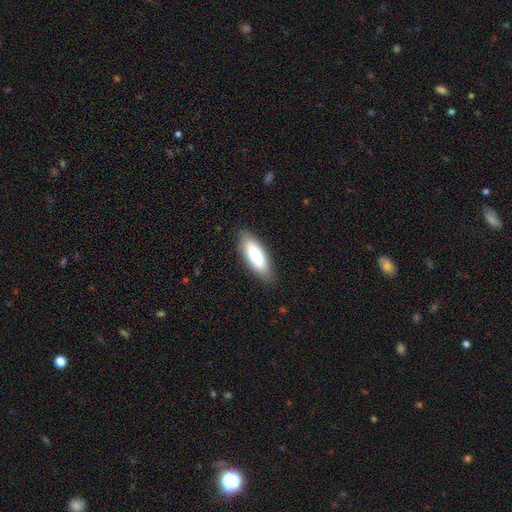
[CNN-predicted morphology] A smooth galaxy with no disk features (81%) that is in between round and cigar-shaped (64%).

Vote fractions:
- Smooth or featured? smooth: 81% / featured or disk: 14% / star or artifact: 6%
- How rounded? in between: 64% / cigar-shaped: 35% / round: 2%
- Merging? none: 85% / minor disturbance: 11% / major disturbance: 3% / merger: 1%